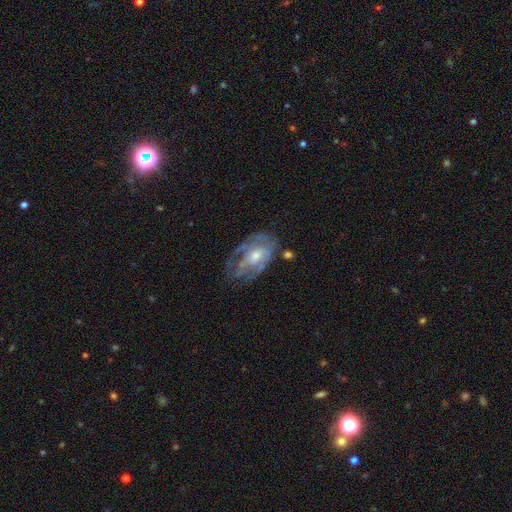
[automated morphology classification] Q: Smooth or featured?
A: featured or disk (71%); runner-up: smooth (22%)
Q: Edge-on disk?
A: no (95%); runner-up: yes (5%)
Q: Bar?
A: no (70%); runner-up: weak (25%)
Q: Spiral arms?
A: yes (61%); runner-up: no (39%)
Q: Bulge size?
A: moderate (50%); runner-up: small (41%)
Q: Merging?
A: none (53%); runner-up: minor disturbance (24%)